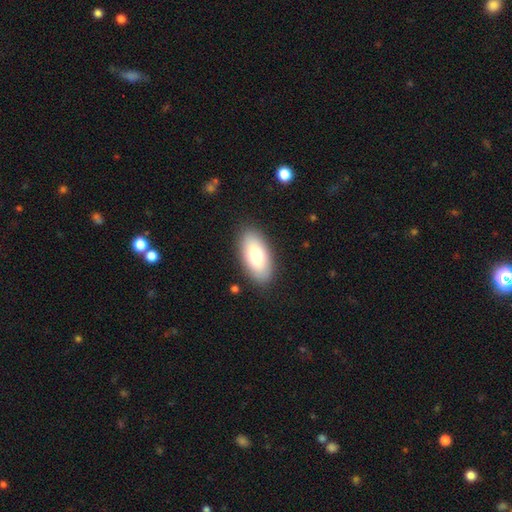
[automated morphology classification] type=smooth (79%); roundness=in between (90%); merging=none (88%).